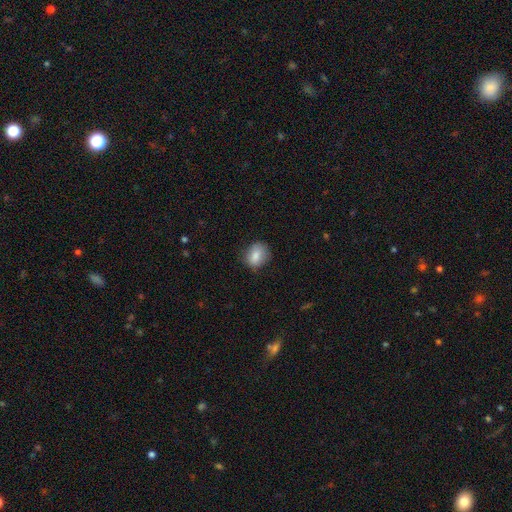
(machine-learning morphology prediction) type=smooth (83%); roundness=round (53%); merging=none (75%).